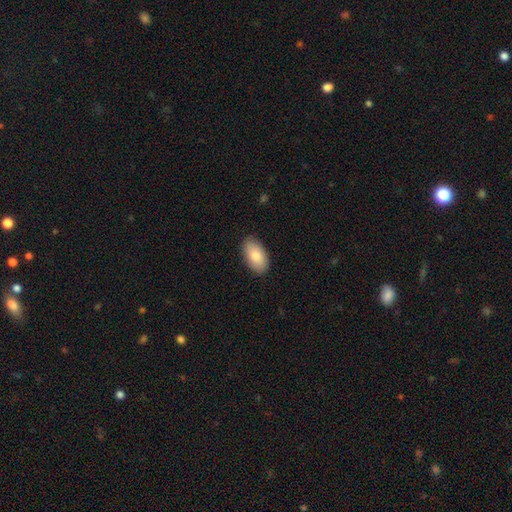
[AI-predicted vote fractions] smooth_or_featured: smooth (p=0.84) [alt: featured or disk p=0.10]
how_rounded: in between (p=0.95) [alt: round p=0.03]
merging: none (p=0.87) [alt: minor disturbance p=0.10]